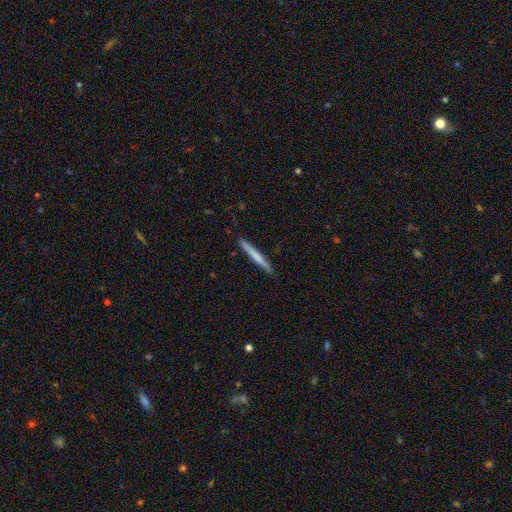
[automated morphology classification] A smooth galaxy with no disk features (65%) that is cigar-shaped (97%).

Vote fractions:
- Smooth or featured? smooth: 65% / featured or disk: 30% / star or artifact: 5%
- How rounded? cigar-shaped: 97% / in between: 2% / round: 1%
- Merging? none: 90% / minor disturbance: 8% / major disturbance: 1% / merger: 1%